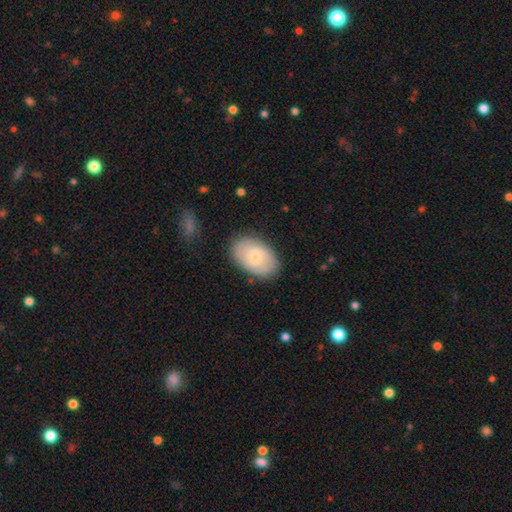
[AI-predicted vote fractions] This is possibly a smooth galaxy (54%). How rounded: clearly in between (89%). Merging: clearly none (83%).